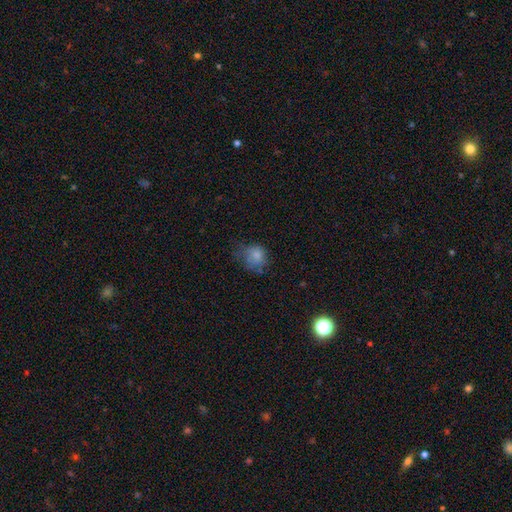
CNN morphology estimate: The model was most divided on "merging": none: 42%, minor disturbance: 31%, major disturbance: 25%, merger: 3%. More confident: smooth or featured — smooth (74%); how rounded — round (64%).